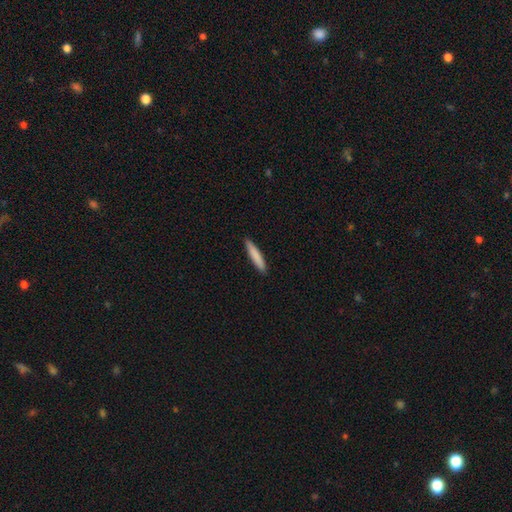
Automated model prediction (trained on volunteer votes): Smooth or featured: smooth — 83% (featured or disk — 11%)
How rounded: cigar-shaped — 90% (in between — 9%)
Merging: none — 90% (minor disturbance — 7%)